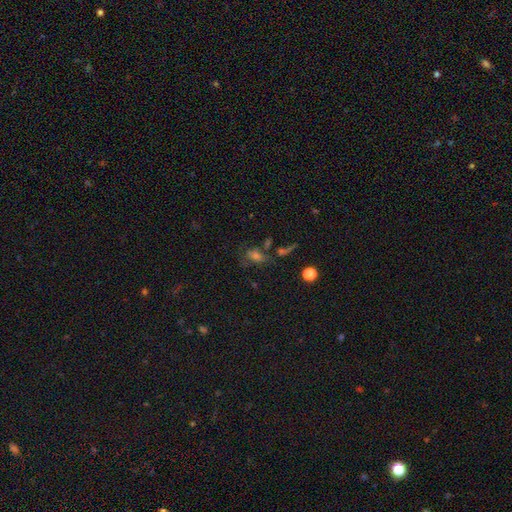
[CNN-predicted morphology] Overall: smooth (48%; star or artifact 30%). Merging: none (49%; minor disturbance 18%).